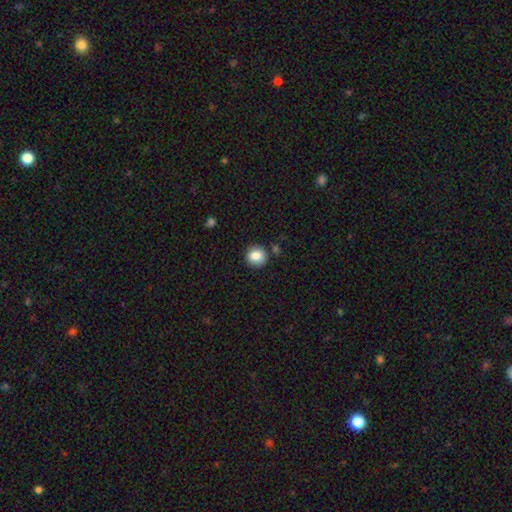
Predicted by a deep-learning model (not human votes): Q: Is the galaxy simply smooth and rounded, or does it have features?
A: smooth — 84%.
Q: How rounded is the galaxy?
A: round — 87%.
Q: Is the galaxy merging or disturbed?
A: none — 84%.